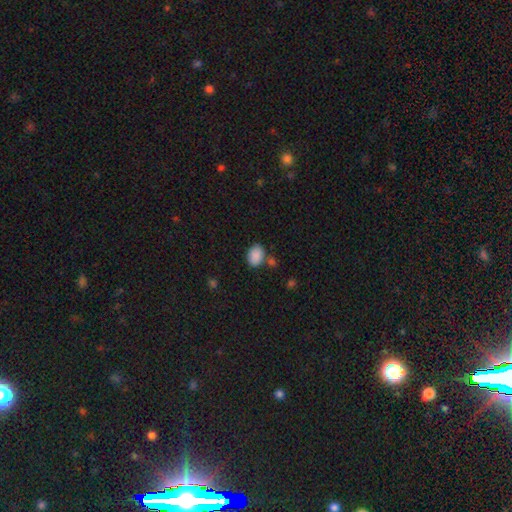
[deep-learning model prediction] smooth_or_featured: smooth (p=0.88) [alt: star or artifact p=0.08]
how_rounded: in between (p=0.79) [alt: round p=0.20]
merging: none (p=0.70) [alt: minor disturbance p=0.14]